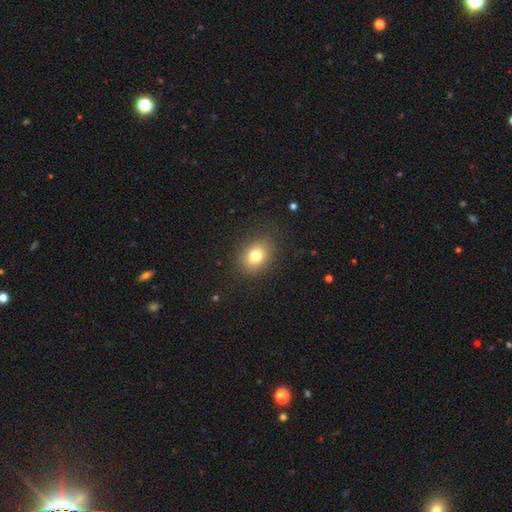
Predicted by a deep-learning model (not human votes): A smooth galaxy with no disk features (78%) that is in between round and cigar-shaped (55%).

Vote fractions:
- Smooth or featured? smooth: 78% / star or artifact: 12% / featured or disk: 10%
- How rounded? in between: 55% / round: 43% / cigar-shaped: 1%
- Merging? none: 85% / minor disturbance: 10% / major disturbance: 4% / merger: 1%